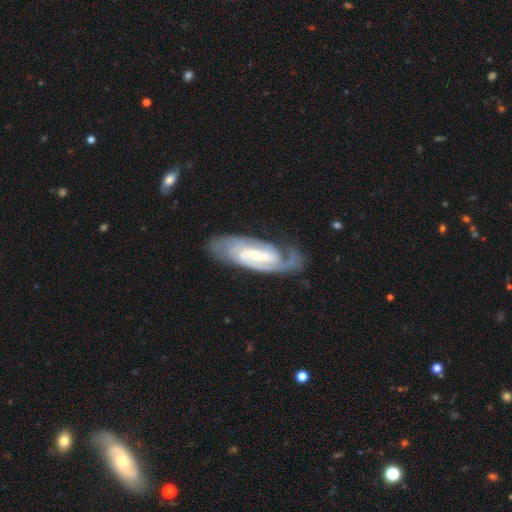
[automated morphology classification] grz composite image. It shows a featured or disk galaxy (87%) with a weak bar (47%), 2 (72%) tight (54%) spiral arms (97%) and a small central bulge (57%). Merging: none (72%).